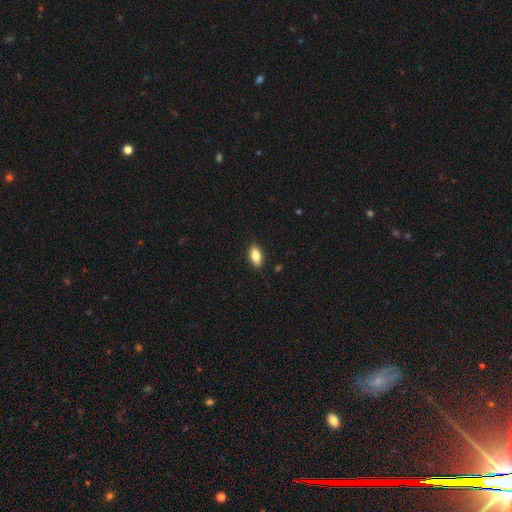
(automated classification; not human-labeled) Overall: smooth (77%). How rounded: in between (85%). Merging: none (87%).